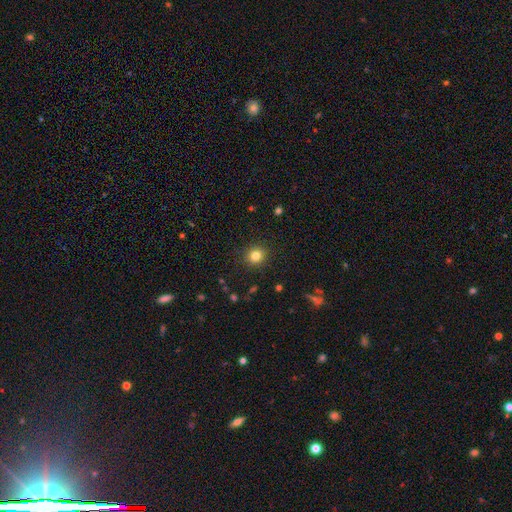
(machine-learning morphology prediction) The model was most divided on "smooth or featured": smooth: 81%, star or artifact: 13%, featured or disk: 6%. More confident: merging — none (91%); how rounded — round (87%).